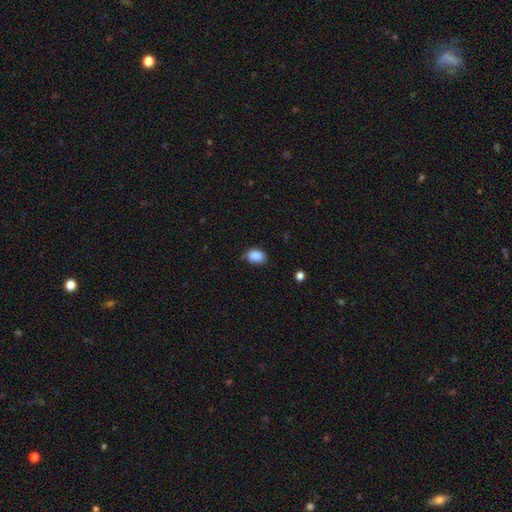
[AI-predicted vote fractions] This appears to be a smooth galaxy with no disk features (87%) that is in between round and cigar-shaped (75%). Merging: none (66%).